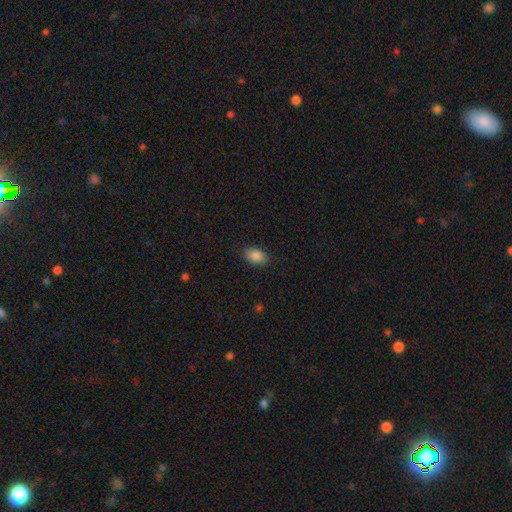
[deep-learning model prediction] Smooth or featured: smooth — 88% (star or artifact — 8%)
How rounded: in between — 87% (round — 12%)
Merging: none — 85% (minor disturbance — 11%)